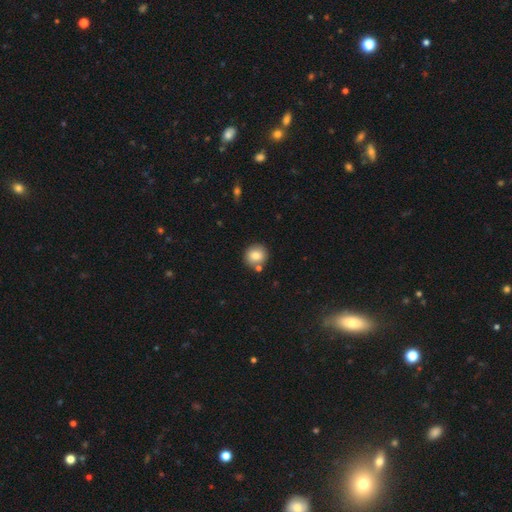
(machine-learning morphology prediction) smooth-or-featured: smooth: 82% | star or artifact: 9% | featured or disk: 9%
  how-rounded: round: 90% | in between: 10% | cigar-shaped: 1%
  merging: none: 77% | merger: 11% | minor disturbance: 9% | major disturbance: 2%